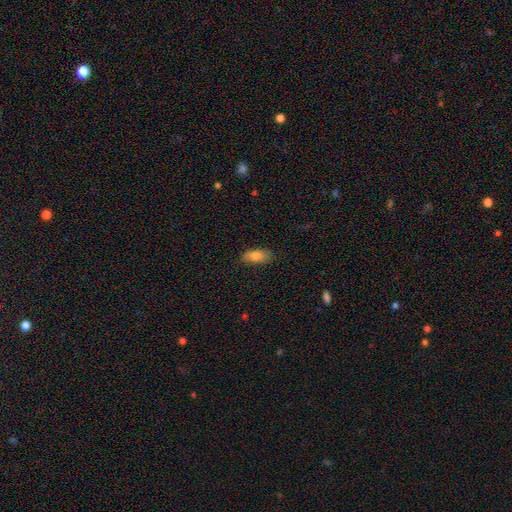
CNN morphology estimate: Smooth or featured? smooth (80%)
How rounded? in between (83%)
Merging? none (83%)